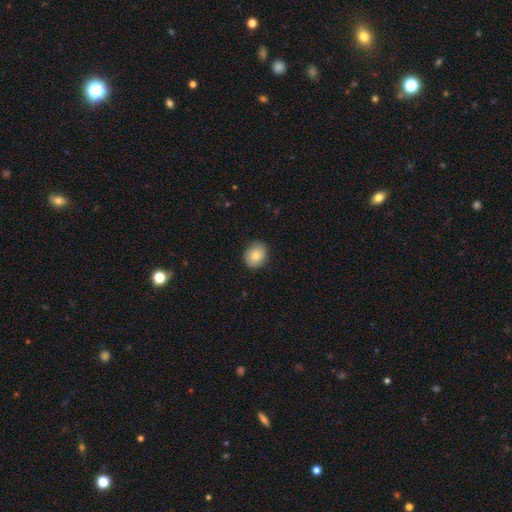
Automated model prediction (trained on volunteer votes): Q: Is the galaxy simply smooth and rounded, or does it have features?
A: smooth — 82%.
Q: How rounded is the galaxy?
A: round — 50%.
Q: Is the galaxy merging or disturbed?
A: none — 85%.